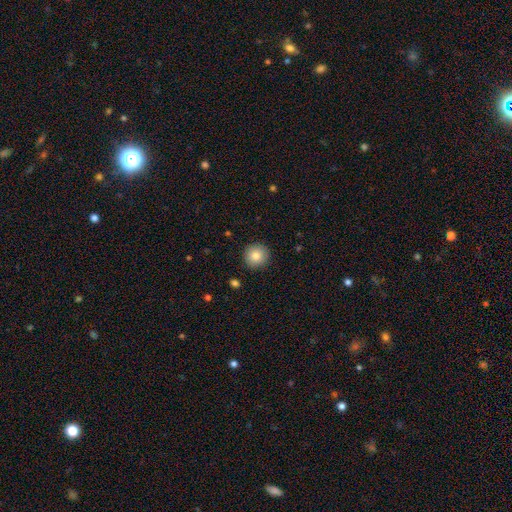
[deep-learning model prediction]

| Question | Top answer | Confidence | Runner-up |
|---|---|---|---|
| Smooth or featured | smooth | 84% | star or artifact (9%) |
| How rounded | round | 94% | in between (5%) |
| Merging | none | 91% | minor disturbance (6%) |